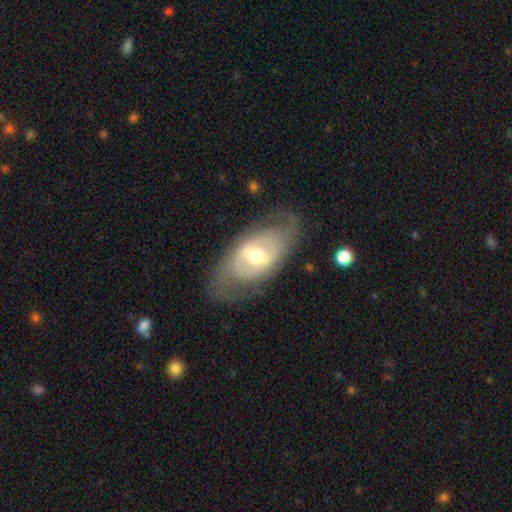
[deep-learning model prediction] This appears to be a featured or disk galaxy (71%) with a weak bar (40%), spiral arms (53%) and a moderate central bulge (71%). Merging: none (73%).